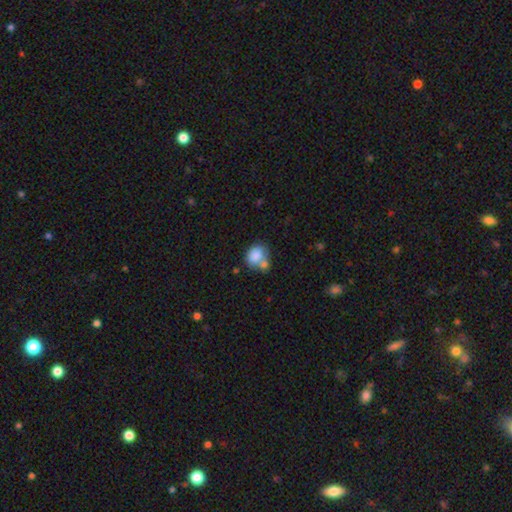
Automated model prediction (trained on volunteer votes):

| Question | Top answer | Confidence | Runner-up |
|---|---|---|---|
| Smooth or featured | smooth | 82% | featured or disk (9%) |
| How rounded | round | 50% | in between (49%) |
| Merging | merger | 40% | tied: none (40%) |